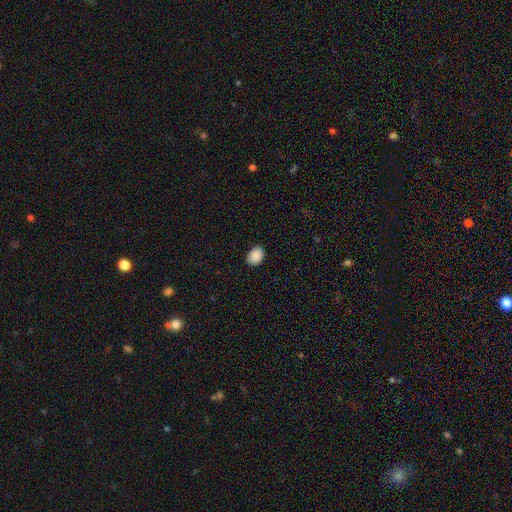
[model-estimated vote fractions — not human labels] smooth_or_featured: smooth (p=0.90) [alt: star or artifact p=0.08]
how_rounded: in between (p=0.71) [alt: round p=0.28]
merging: none (p=0.87) [alt: minor disturbance p=0.10]